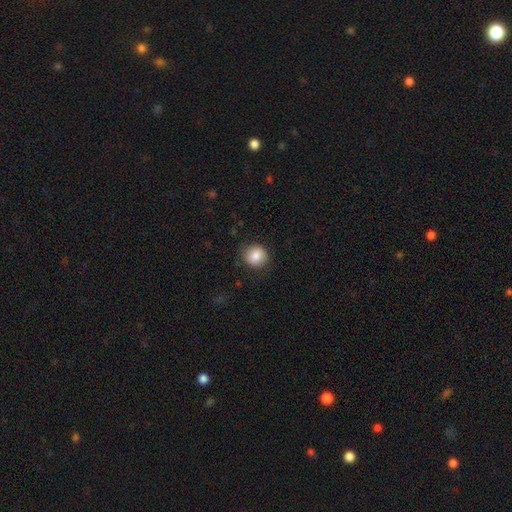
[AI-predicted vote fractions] Morphology: type=smooth (83%); roundness=round (85%); merging=none (86%).